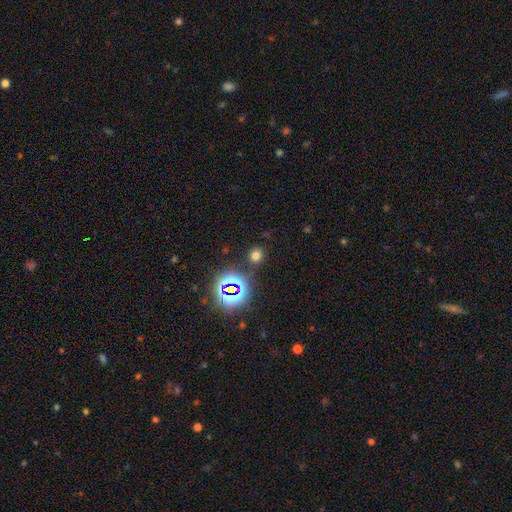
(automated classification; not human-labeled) Morphology: type=smooth (64%); roundness=round (78%); merging=none (83%).